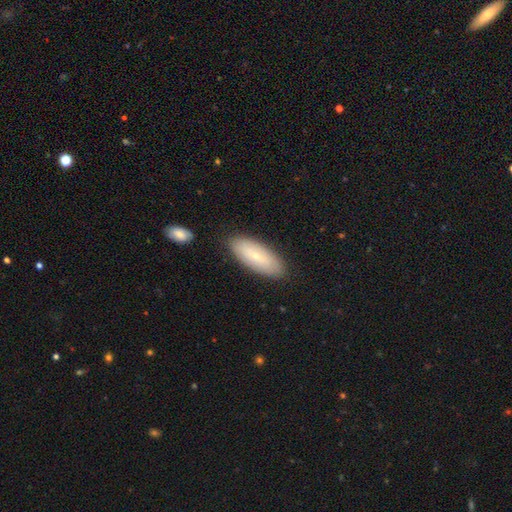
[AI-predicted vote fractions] Q: Smooth or featured?
A: smooth (65%); runner-up: featured or disk (28%)
Q: How rounded?
A: in between (78%); runner-up: cigar-shaped (19%)
Q: Merging?
A: none (86%); runner-up: minor disturbance (10%)